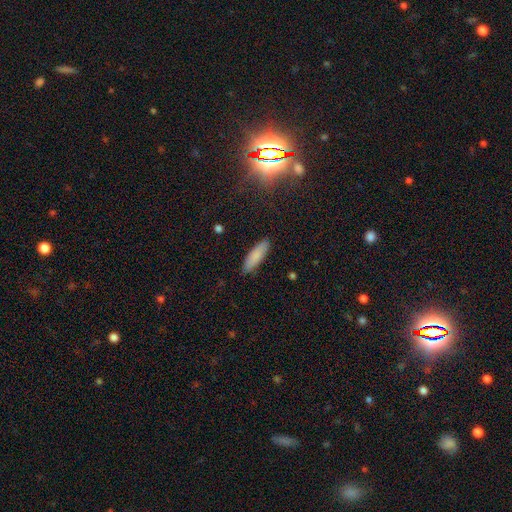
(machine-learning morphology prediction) This is clearly a smooth galaxy (85%). How rounded: possibly cigar-shaped (58%). Merging: clearly none (88%).